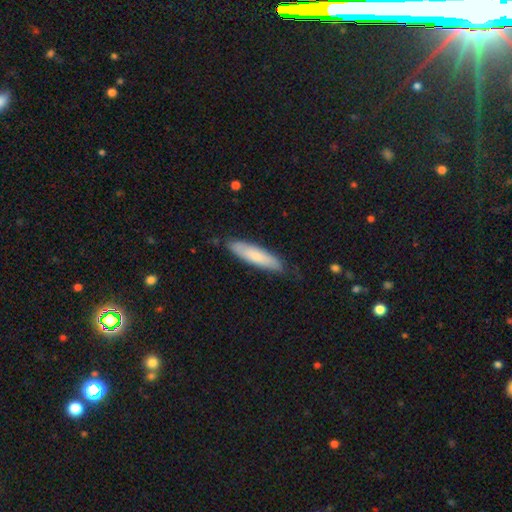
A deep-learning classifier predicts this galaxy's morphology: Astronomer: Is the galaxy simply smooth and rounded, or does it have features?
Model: smooth — 72%.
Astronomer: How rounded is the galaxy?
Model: cigar-shaped — 77%.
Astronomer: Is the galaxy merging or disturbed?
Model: none — 78%.